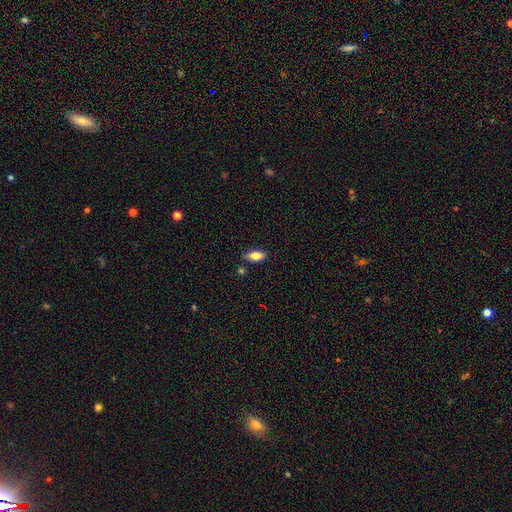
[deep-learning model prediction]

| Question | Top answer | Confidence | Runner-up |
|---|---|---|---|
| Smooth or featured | smooth | 79% | featured or disk (14%) |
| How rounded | in between | 85% | cigar-shaped (12%) |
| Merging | none | 80% | minor disturbance (14%) |